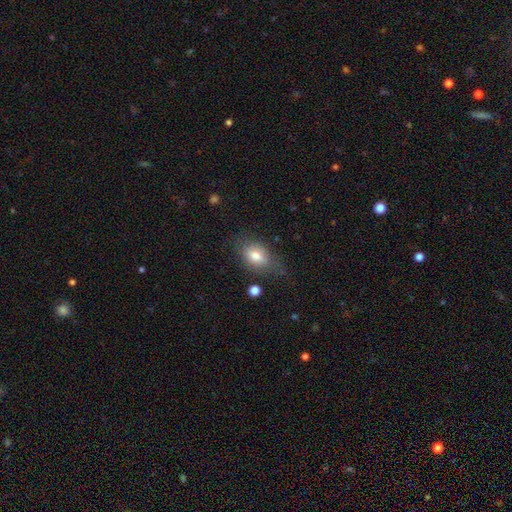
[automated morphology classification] smooth-or-featured: smooth: 76% | featured or disk: 15% | star or artifact: 8%
  how-rounded: in between: 84% | round: 12% | cigar-shaped: 3%
  merging: none: 65% | minor disturbance: 23% | major disturbance: 9% | merger: 3%